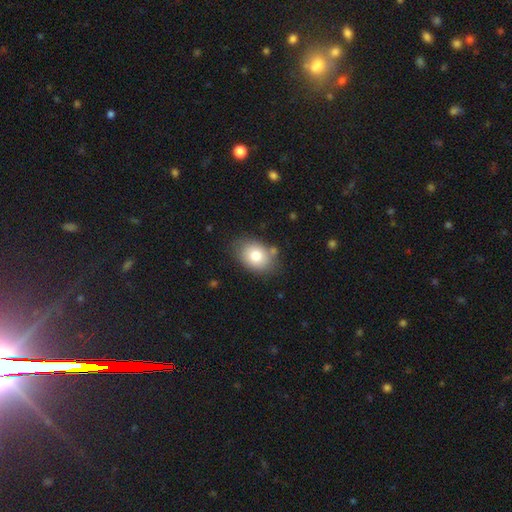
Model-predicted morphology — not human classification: The model was most divided on "how rounded": in between: 75%, round: 24%, cigar-shaped: 1%. More confident: smooth or featured — smooth (79%); merging — none (76%).